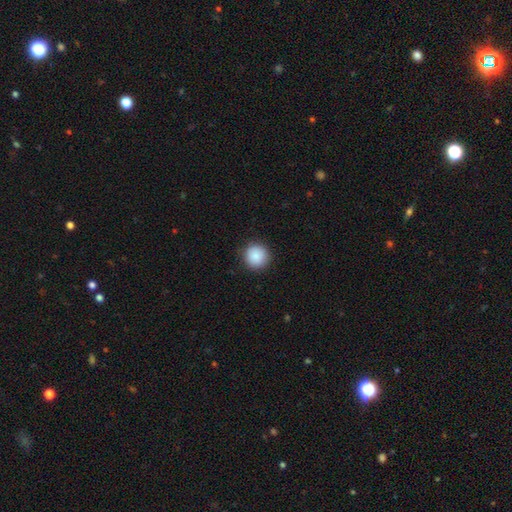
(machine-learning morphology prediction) type=smooth (88%); roundness=round (95%); merging=none (91%).